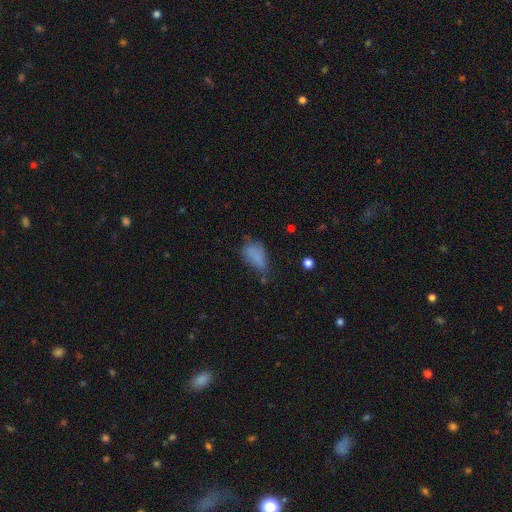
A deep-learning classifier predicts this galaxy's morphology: smooth 68%, featured or disk 18%, star or artifact 13%. Down the decision tree: how rounded — in between (85%); merging — none (34%).